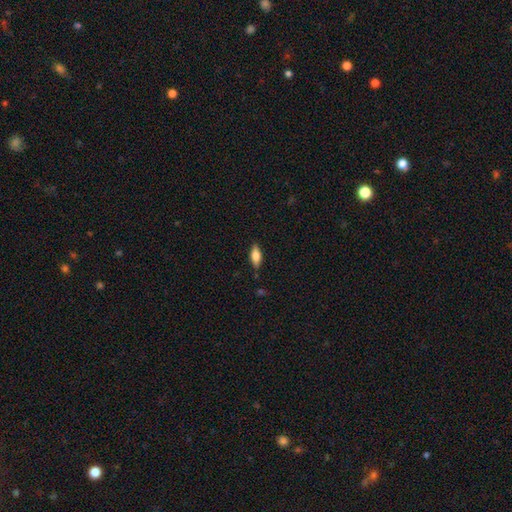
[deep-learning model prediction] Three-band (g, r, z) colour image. It shows a smooth galaxy with no disk features (69%) that is in between round and cigar-shaped (73%). Merging: none (83%).